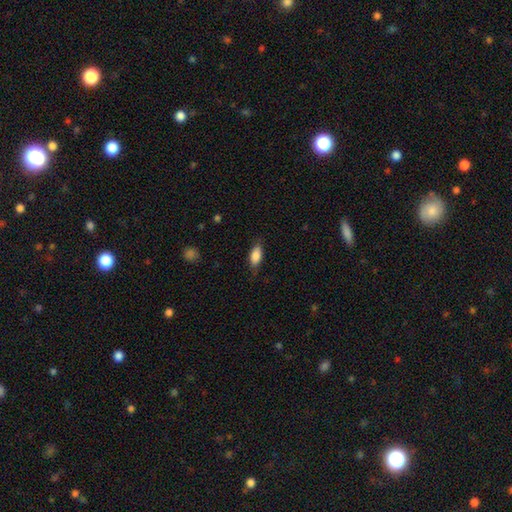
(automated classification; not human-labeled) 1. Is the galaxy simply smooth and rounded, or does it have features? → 85% smooth, 8% featured or disk, 7% star or artifact.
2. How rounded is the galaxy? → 84% in between, 13% cigar-shaped, 3% round.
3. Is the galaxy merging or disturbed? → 76% none, 18% minor disturbance, 4% major disturbance, 1% merger.